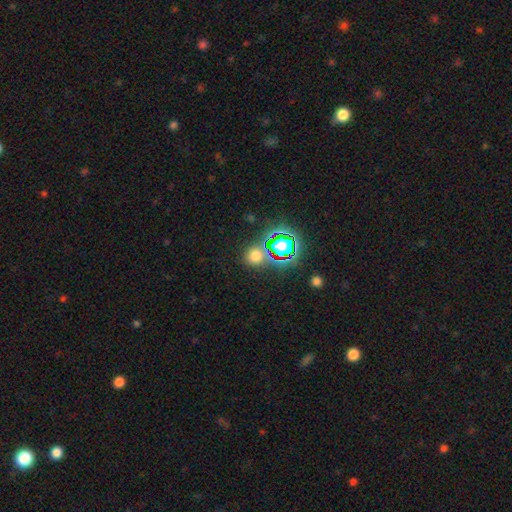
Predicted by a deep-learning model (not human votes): This is possibly a smooth galaxy (58%). How rounded: clearly round (83%). Merging: likely none (76%).